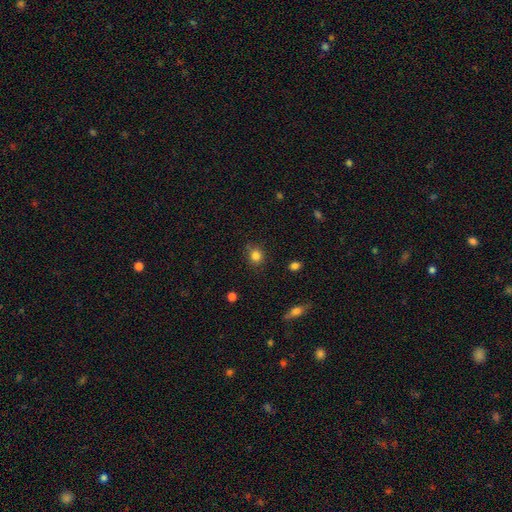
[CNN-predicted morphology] A smooth galaxy with no disk features (83%) that is round (82%). Merging: none (82%).